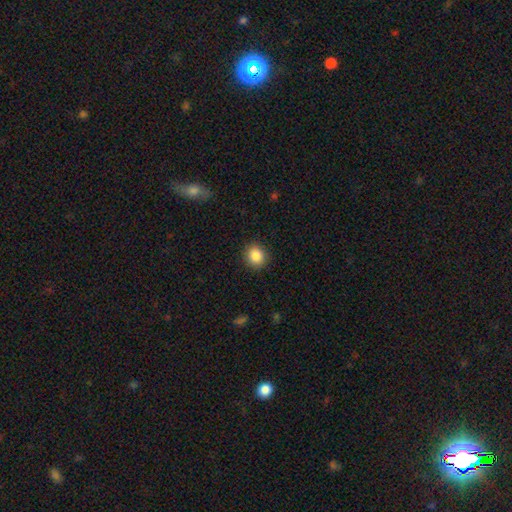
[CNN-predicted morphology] Overall: smooth (87%). How rounded: round (83%). Merging: none (90%).